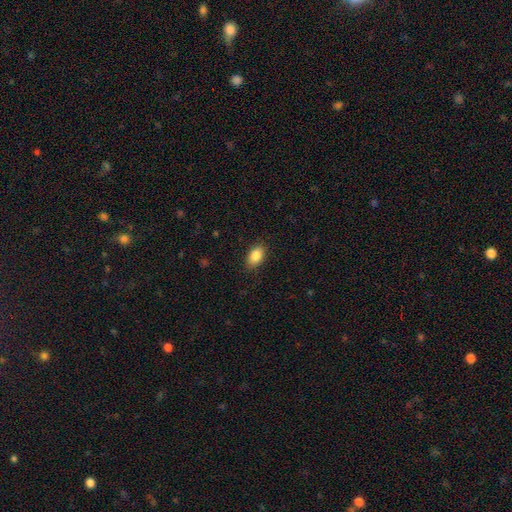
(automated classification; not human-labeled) A smooth galaxy with no disk features (87%) that is in between round and cigar-shaped (89%).

Vote fractions:
- Smooth or featured? smooth: 87% / star or artifact: 8% / featured or disk: 5%
- How rounded? in between: 89% / round: 9% / cigar-shaped: 2%
- Merging? none: 88% / minor disturbance: 9% / major disturbance: 2% / merger: 1%